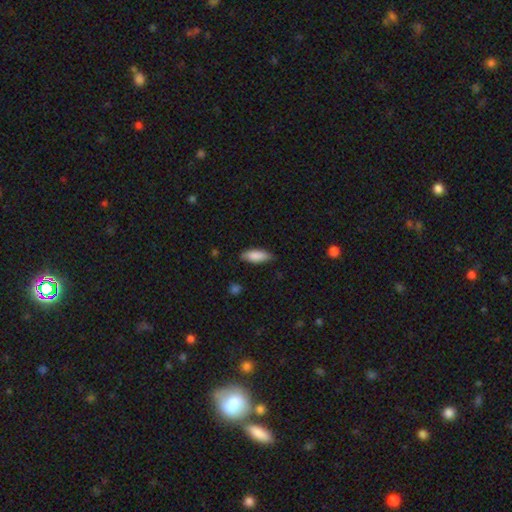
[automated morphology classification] Overall: smooth (86%). How rounded: in between (69%). Merging: none (81%).